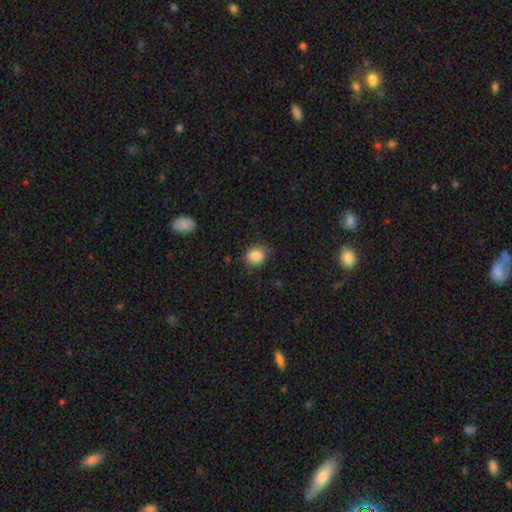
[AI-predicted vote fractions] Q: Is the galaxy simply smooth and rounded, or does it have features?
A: smooth — 85%.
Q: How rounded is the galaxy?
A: in between — 53%.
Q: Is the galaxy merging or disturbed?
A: none — 73%.